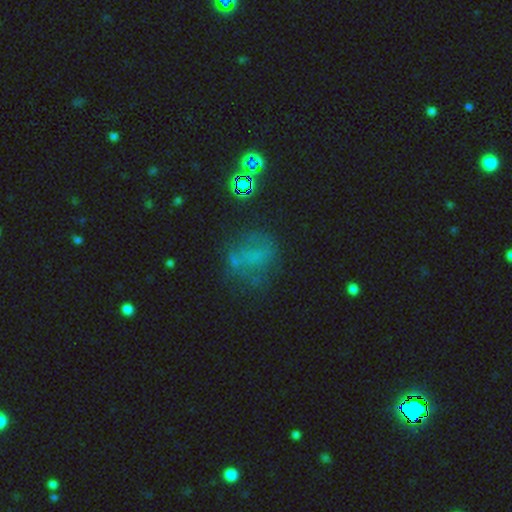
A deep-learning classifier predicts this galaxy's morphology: The model was most divided on "smooth or featured": smooth: 42%, star or artifact: 30%, featured or disk: 28%. More confident: merging — none (53%).